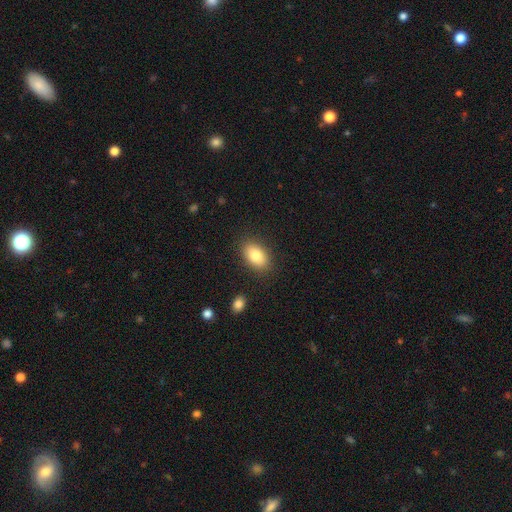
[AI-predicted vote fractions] This appears to be a smooth galaxy with no disk features (83%) that is in between round and cigar-shaped (91%). Merging: none (86%).